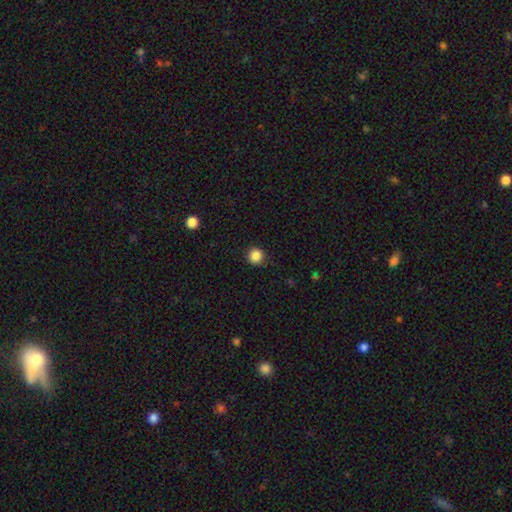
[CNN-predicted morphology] This appears to be a smooth galaxy with no disk features (86%) that is round (95%). Merging: none (90%).